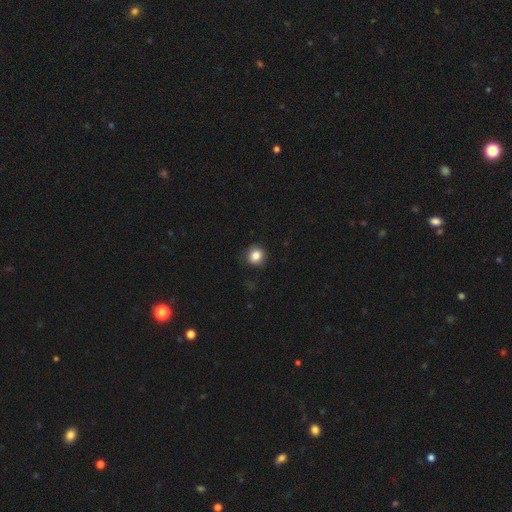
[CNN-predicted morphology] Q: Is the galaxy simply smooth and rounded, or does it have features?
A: smooth — 85%.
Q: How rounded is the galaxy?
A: round — 87%.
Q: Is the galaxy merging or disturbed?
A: none — 87%.